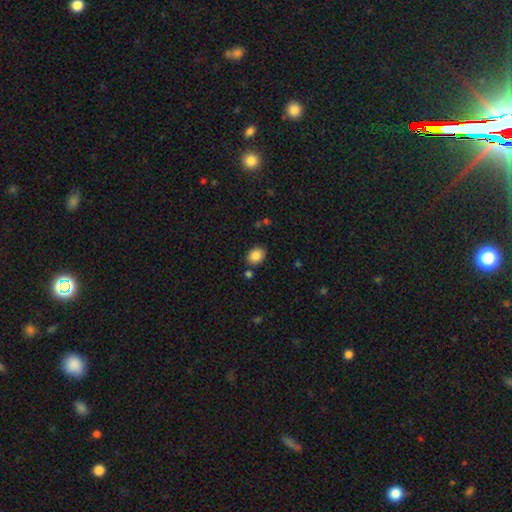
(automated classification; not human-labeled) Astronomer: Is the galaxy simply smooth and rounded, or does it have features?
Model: smooth — 85%.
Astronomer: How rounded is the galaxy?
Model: in between — 59% (runner-up: round, 40%).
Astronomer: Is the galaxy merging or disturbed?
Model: none — 82%.